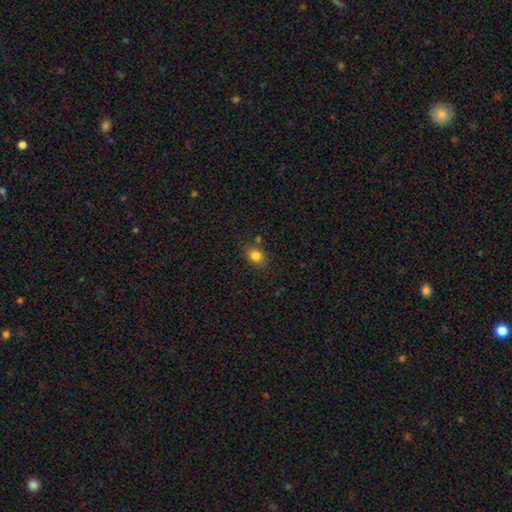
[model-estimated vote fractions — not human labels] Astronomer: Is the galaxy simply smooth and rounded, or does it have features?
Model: smooth — 82%.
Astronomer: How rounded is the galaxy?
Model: round — 51% (runner-up: in between, 48%).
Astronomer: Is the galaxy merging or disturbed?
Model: none — 79%.